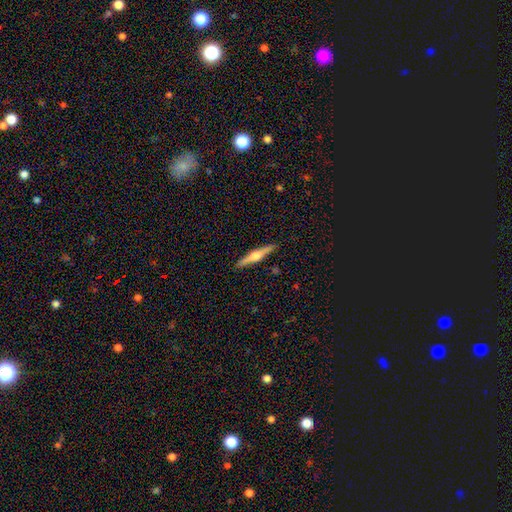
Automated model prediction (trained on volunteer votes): Morphology: type=featured or disk (68%); edge-on=yes (98%); edge-on bulge=rounded (92%); merging=none (91%).